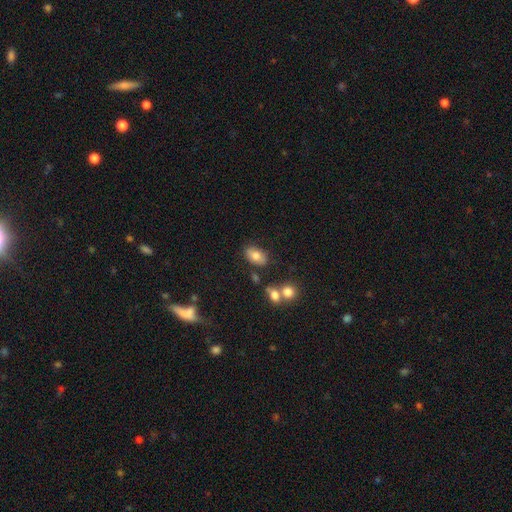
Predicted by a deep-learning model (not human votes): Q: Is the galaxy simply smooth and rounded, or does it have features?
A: smooth — 78%.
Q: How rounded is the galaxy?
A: in between — 89%.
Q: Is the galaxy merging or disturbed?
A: none — 75%.